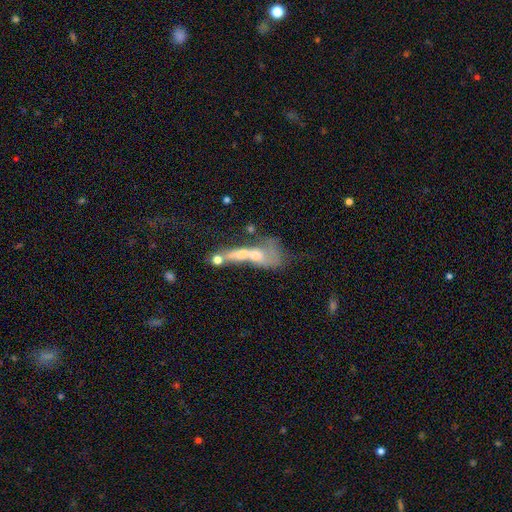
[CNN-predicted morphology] Smooth or featured?
  - featured or disk: 44% *
  - smooth: 43%
  - star or artifact: 12%
Merging?
  - merger: 61% *
  - major disturbance: 20%
  - none: 12%
  - minor disturbance: 7%